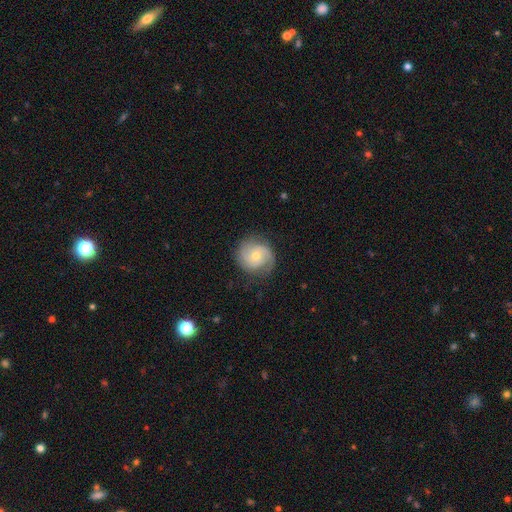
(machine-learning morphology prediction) Overall: featured or disk (67%). Edge-on disk: no (98%). Bar: no (71%). Spiral arms: yes (91%). Spiral arm count: 2 (68%). Spiral winding: tight (44%; medium 39%). Bulge size: small (48%, tied with moderate). Merging: none (78%).